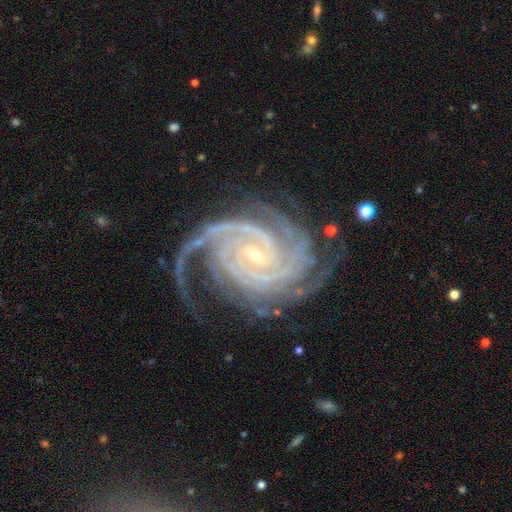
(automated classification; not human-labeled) featured or disk 94%, star or artifact 4%, smooth 2%. Down the decision tree: edge-on disk — no (98%); bar — no (47%); spiral arms — yes (99%); spiral arm count — 4 (31%); spiral winding — tight (76%); bulge size — small (81%); merging — none (71%).